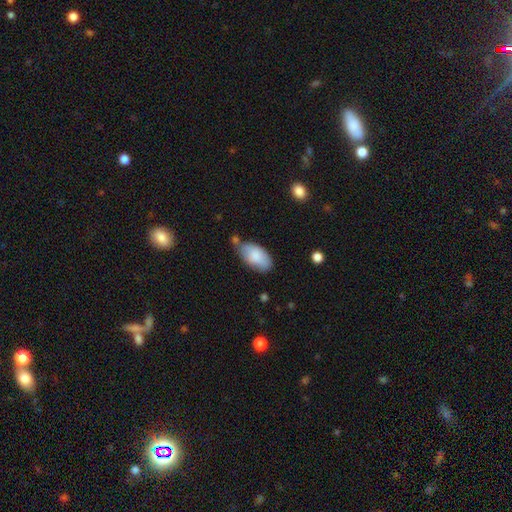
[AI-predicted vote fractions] A smooth galaxy with no disk features (84%) that is in between round and cigar-shaped (95%).

Vote fractions:
- Smooth or featured? smooth: 84% / featured or disk: 10% / star or artifact: 6%
- How rounded? in between: 95% / cigar-shaped: 3% / round: 3%
- Merging? none: 59% / minor disturbance: 26% / merger: 9% / major disturbance: 6%